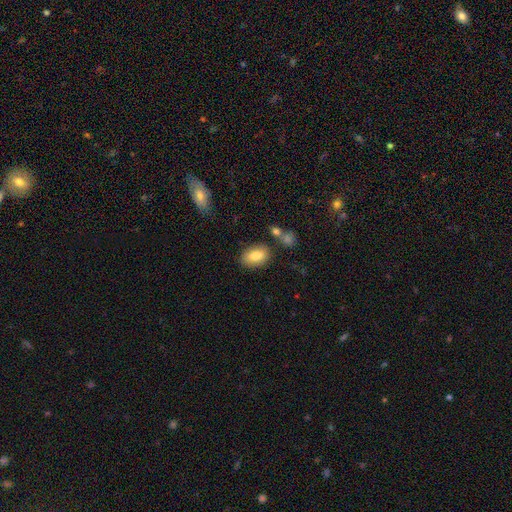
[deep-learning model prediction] Q: Smooth or featured?
A: smooth (83%); runner-up: featured or disk (10%)
Q: How rounded?
A: in between (88%); runner-up: round (11%)
Q: Merging?
A: none (78%); runner-up: minor disturbance (13%)